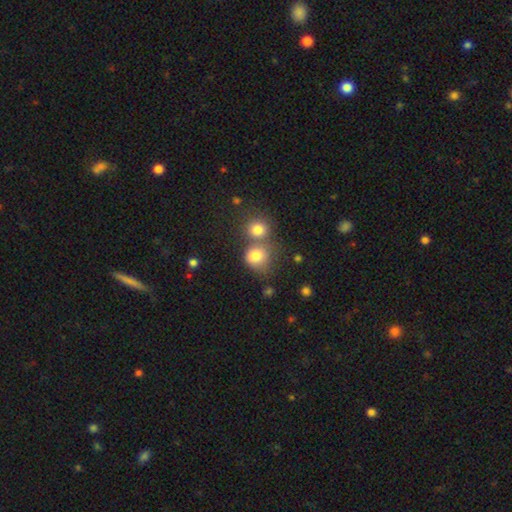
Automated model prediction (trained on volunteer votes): A smooth galaxy with no disk features (80%) that is round (81%).

Vote fractions:
- Smooth or featured? smooth: 80% / star or artifact: 12% / featured or disk: 9%
- How rounded? round: 81% / in between: 18% / cigar-shaped: 1%
- Merging? none: 44% / merger: 41% / minor disturbance: 10% / major disturbance: 5%